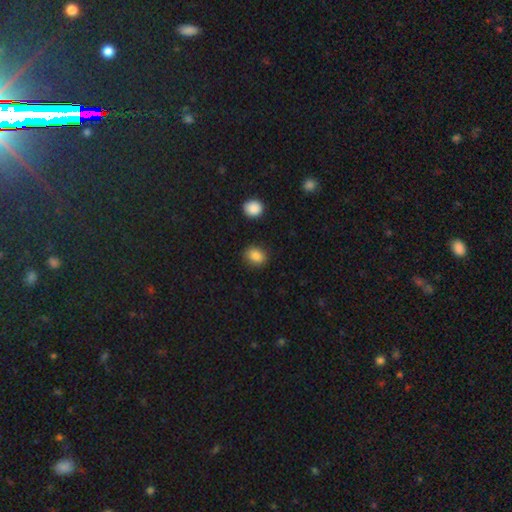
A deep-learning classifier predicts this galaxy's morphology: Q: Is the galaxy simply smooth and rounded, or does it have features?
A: smooth — 86%.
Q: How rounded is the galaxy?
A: in between — 53%.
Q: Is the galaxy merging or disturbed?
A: none — 87%.